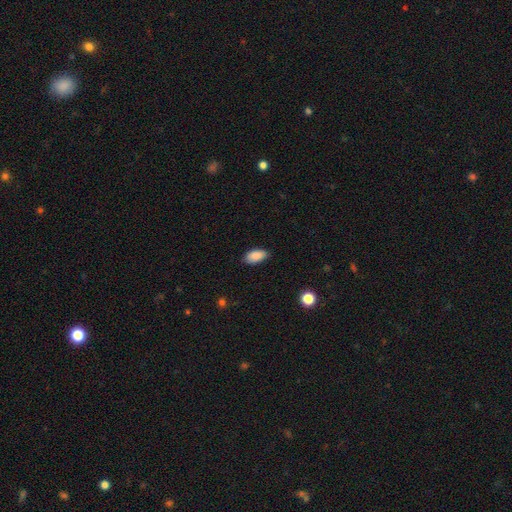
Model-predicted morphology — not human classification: Overall: smooth (88%). How rounded: in between (93%). Merging: none (79%).